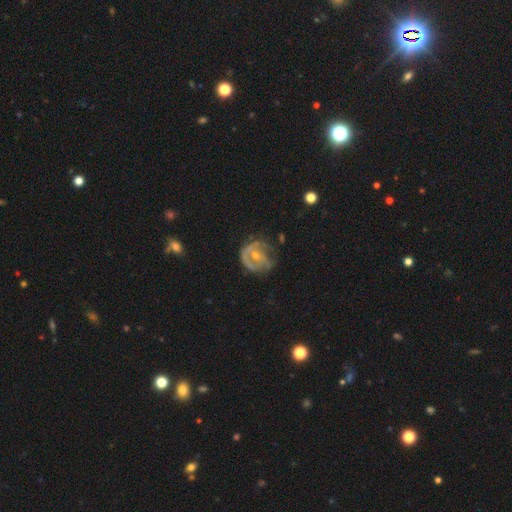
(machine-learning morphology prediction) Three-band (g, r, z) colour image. It shows a featured or disk galaxy (74%) with no bar (55%), 2 (37%) tight (47%) spiral arms (76%) and a small central bulge (59%). Merging: none (55%).